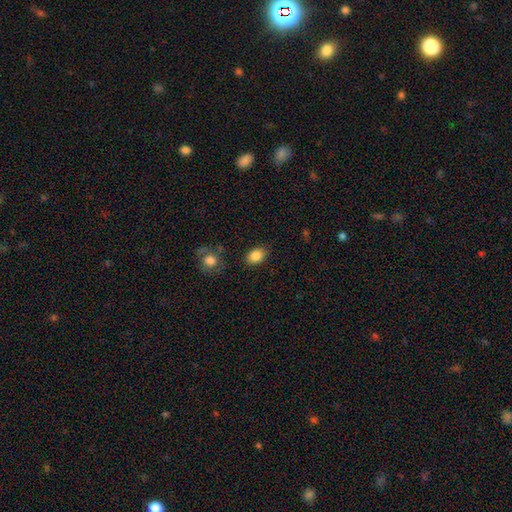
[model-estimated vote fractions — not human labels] Smooth or featured: smooth — 86% (star or artifact — 8%)
How rounded: in between — 78% (round — 21%)
Merging: none — 83% (minor disturbance — 11%)